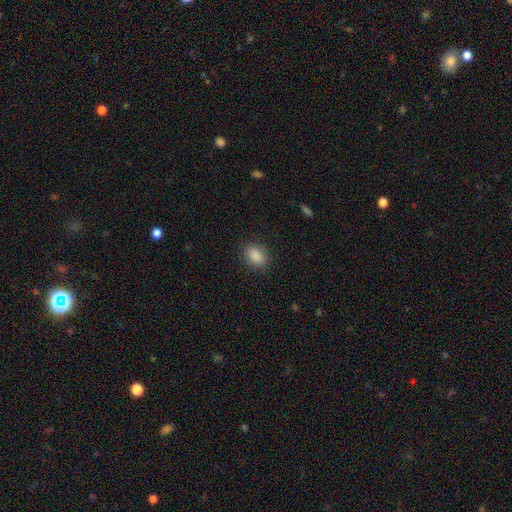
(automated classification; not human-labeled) Smooth or featured? Predicted: smooth (p=0.88). How rounded? Predicted: in between (p=0.78). Merging? Predicted: none (p=0.87).